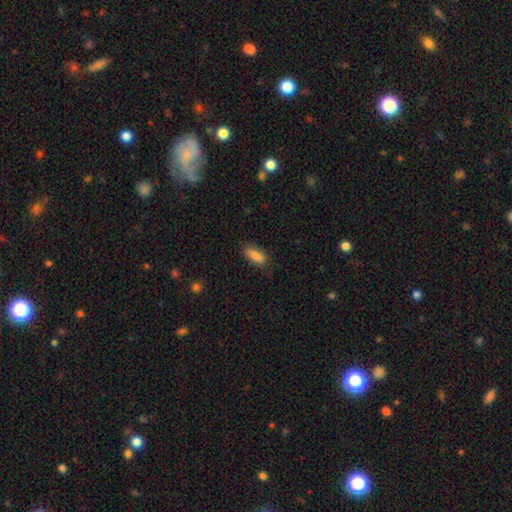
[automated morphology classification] Smooth or featured?
  - smooth: 85% *
  - featured or disk: 8%
  - star or artifact: 7%
How rounded?
  - in between: 65% *
  - cigar-shaped: 33%
  - round: 2%
Merging?
  - none: 80% *
  - minor disturbance: 15%
  - major disturbance: 3%
  - merger: 1%